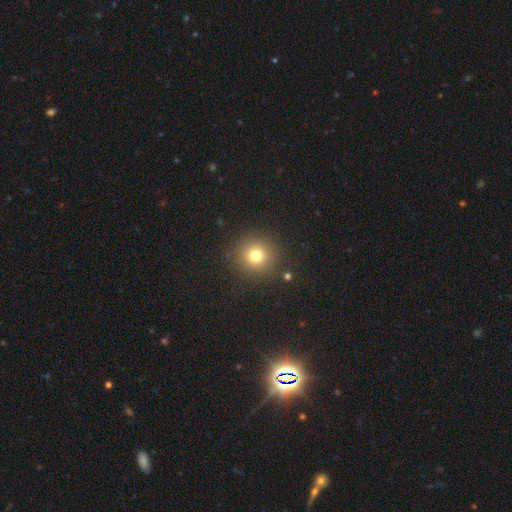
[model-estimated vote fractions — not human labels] Overall: smooth (76%). How rounded: round (94%). Merging: none (90%).